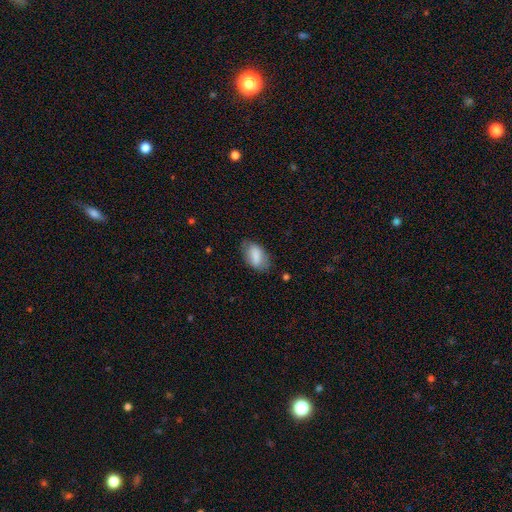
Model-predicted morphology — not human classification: type=smooth (80%); roundness=in between (92%); merging=none (69%).